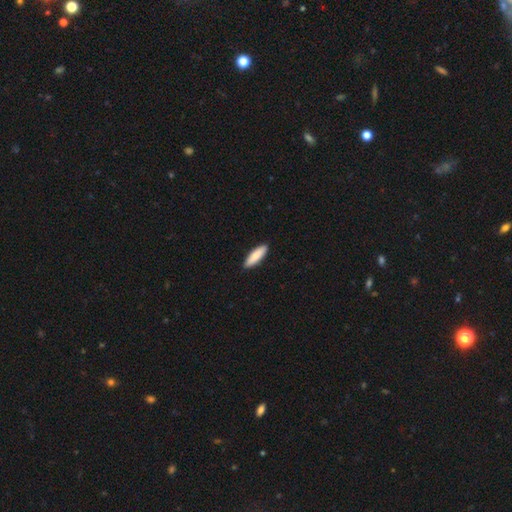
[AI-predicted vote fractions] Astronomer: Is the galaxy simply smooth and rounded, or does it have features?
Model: smooth — 85%.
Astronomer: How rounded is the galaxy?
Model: cigar-shaped — 57% (runner-up: in between, 42%).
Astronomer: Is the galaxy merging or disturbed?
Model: none — 91%.